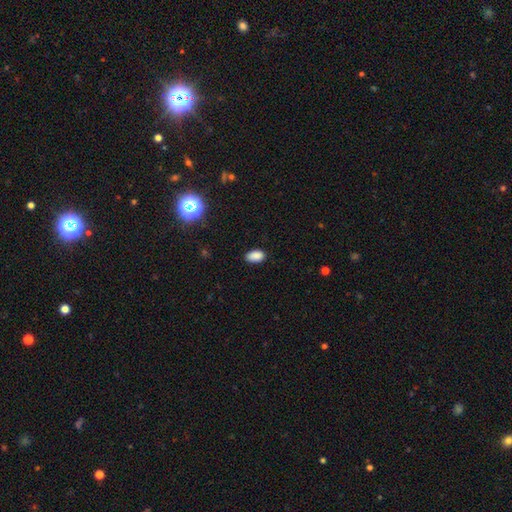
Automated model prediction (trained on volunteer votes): This appears to be a smooth galaxy with no disk features (87%) that is in between round and cigar-shaped (92%). Merging: none (83%).